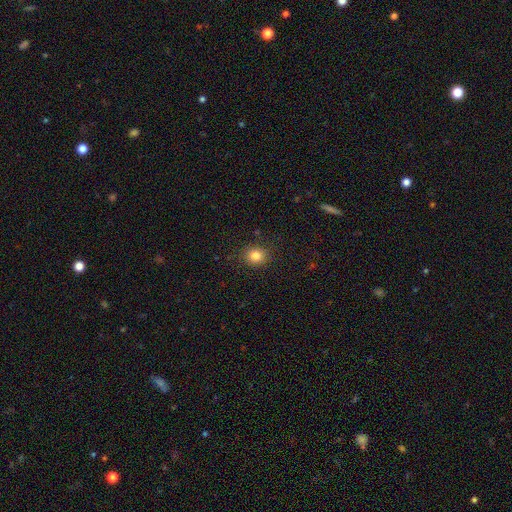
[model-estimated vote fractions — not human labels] Morphology: type=smooth (83%); roundness=round (73%); merging=none (86%).